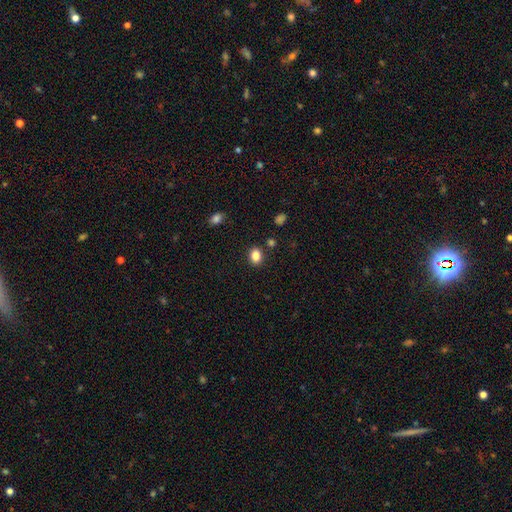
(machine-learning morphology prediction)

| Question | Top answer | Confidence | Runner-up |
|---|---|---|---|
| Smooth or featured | smooth | 84% | star or artifact (10%) |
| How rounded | in between | 60% | round (39%) |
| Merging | none | 86% | minor disturbance (9%) |